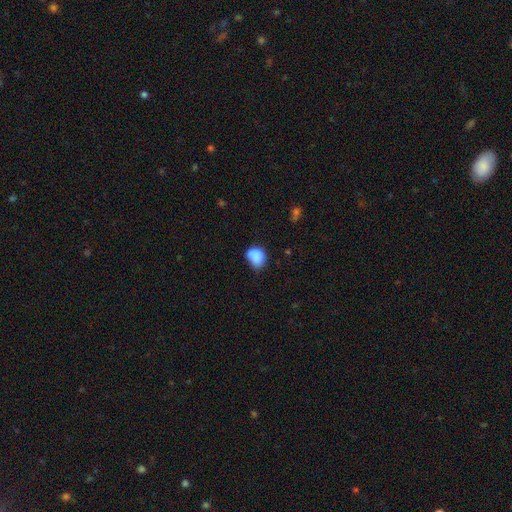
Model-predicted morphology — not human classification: smooth 79%, featured or disk 12%, star or artifact 9%. Down the decision tree: how rounded — round (52%); merging — none (45%).